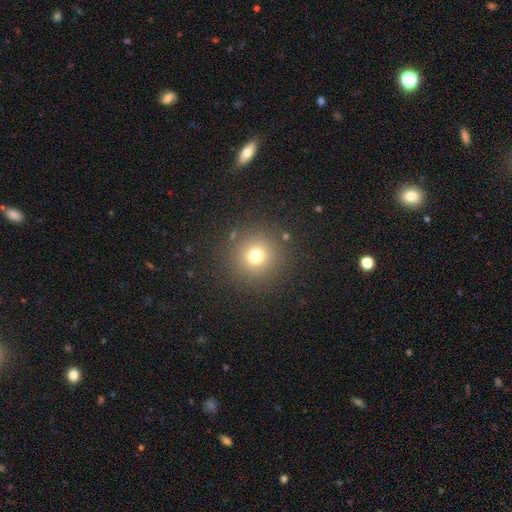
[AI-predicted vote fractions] A smooth galaxy with no disk features (72%) that is round (95%).

Vote fractions:
- Smooth or featured? smooth: 72% / star or artifact: 18% / featured or disk: 10%
- How rounded? round: 95% / in between: 4% / cigar-shaped: 1%
- Merging? none: 87% / minor disturbance: 7% / major disturbance: 4% / merger: 2%